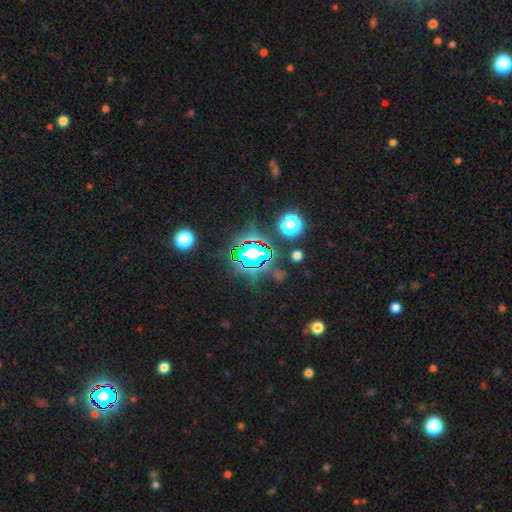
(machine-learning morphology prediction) smooth_or_featured: star or artifact (p=0.65) [alt: smooth p=0.23]